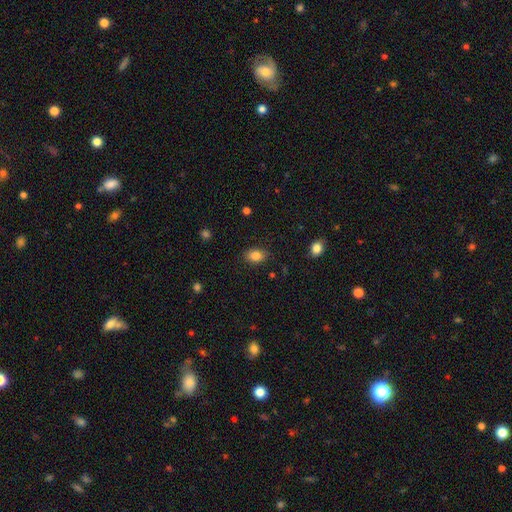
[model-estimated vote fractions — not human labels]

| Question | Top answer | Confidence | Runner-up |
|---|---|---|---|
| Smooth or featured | smooth | 84% | star or artifact (9%) |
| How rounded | in between | 78% | round (20%) |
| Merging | none | 85% | minor disturbance (11%) |